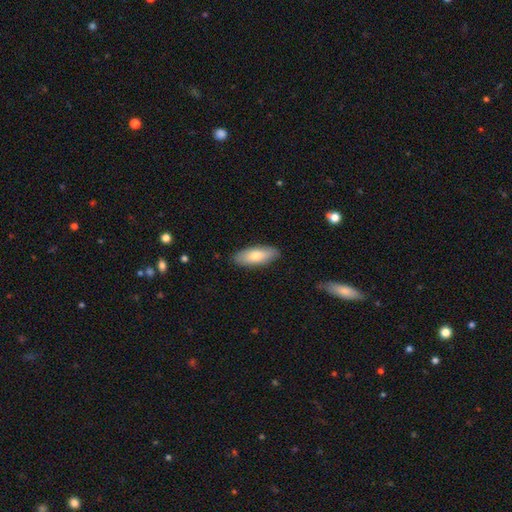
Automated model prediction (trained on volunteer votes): Smooth or featured? Predicted: smooth (p=0.73). How rounded? Predicted: in between (p=0.76). Merging? Predicted: none (p=0.87).